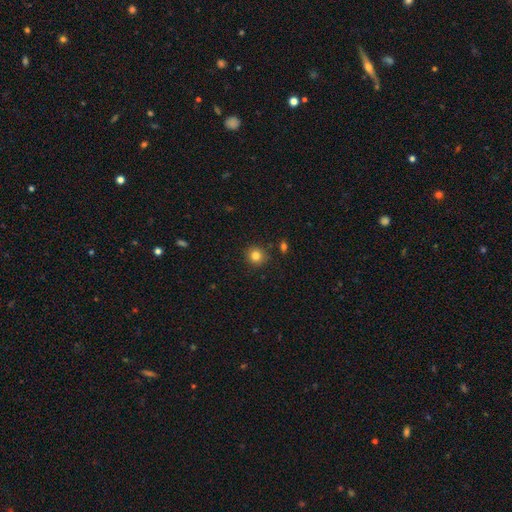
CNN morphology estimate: Q: Smooth or featured?
A: smooth (82%); runner-up: star or artifact (11%)
Q: How rounded?
A: round (91%); runner-up: in between (8%)
Q: Merging?
A: none (88%); runner-up: minor disturbance (8%)